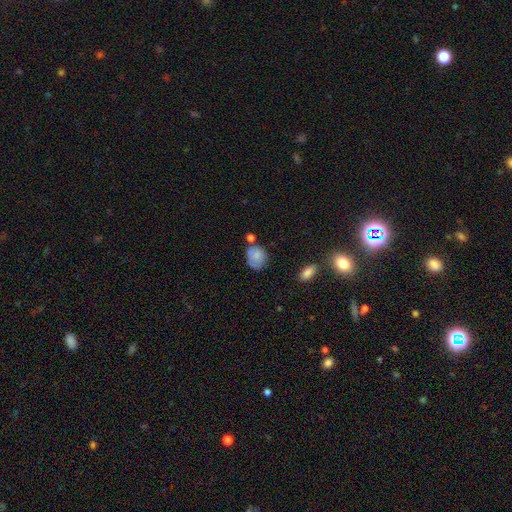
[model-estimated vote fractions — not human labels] A smooth galaxy with no disk features (74%) that is round (53%). Merging: none (53%).